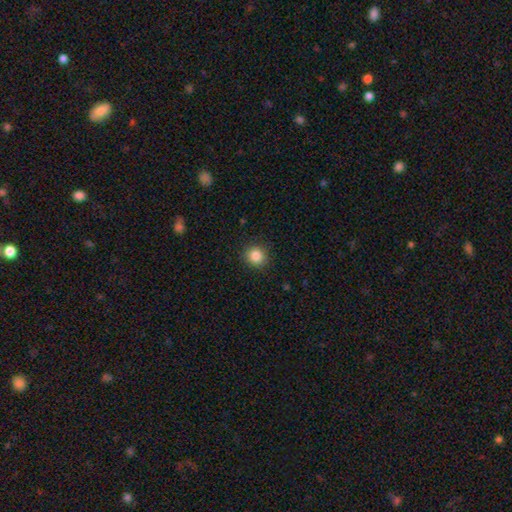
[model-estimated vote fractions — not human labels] Overall: smooth (84%). How rounded: round (88%). Merging: none (91%).